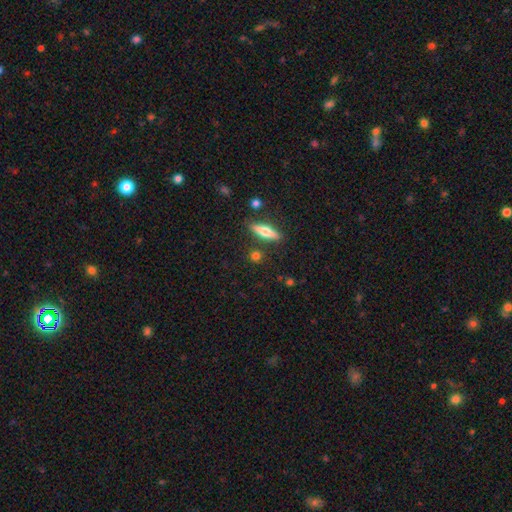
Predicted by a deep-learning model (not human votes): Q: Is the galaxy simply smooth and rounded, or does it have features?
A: smooth — 67%.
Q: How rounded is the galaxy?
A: cigar-shaped — 38%.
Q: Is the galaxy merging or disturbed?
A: none — 83%.